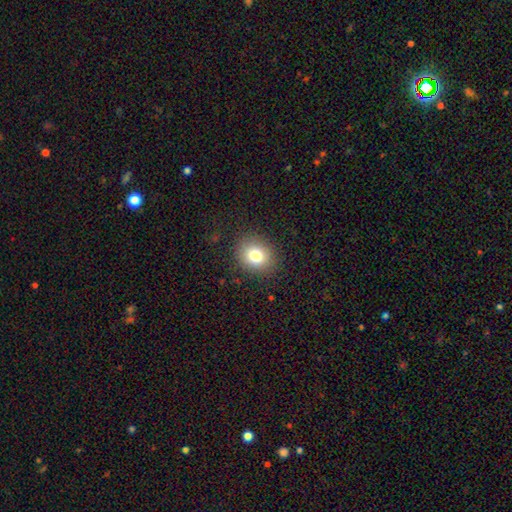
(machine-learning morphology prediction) The model was most divided on "how rounded": round: 67%, in between: 32%, cigar-shaped: 1%. More confident: merging — none (87%); smooth or featured — smooth (79%).